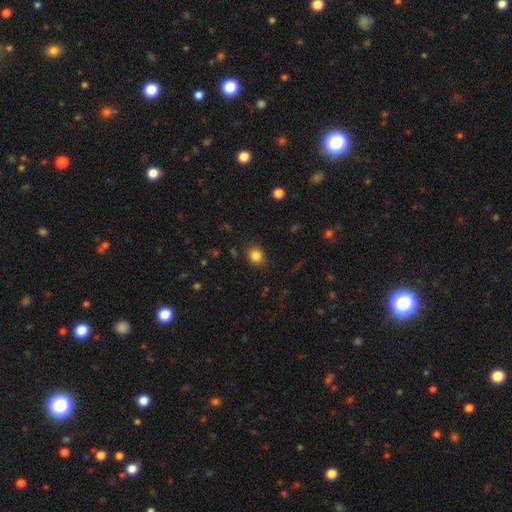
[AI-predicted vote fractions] A smooth galaxy with no disk features (83%) that is round (59%). Merging: none (86%).